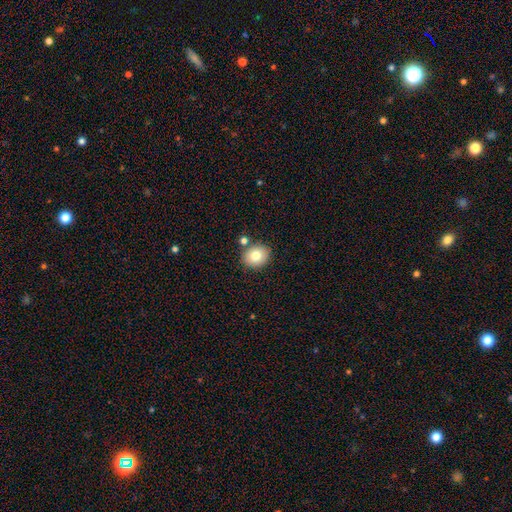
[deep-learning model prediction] smooth 79%, featured or disk 12%, star or artifact 10%. Down the decision tree: how rounded — round (67%); merging — none (79%).